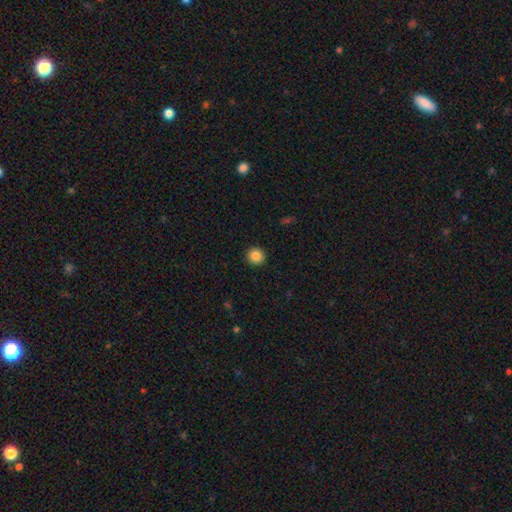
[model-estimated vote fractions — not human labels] Morphology: type=smooth (85%); roundness=round (93%); merging=none (92%).